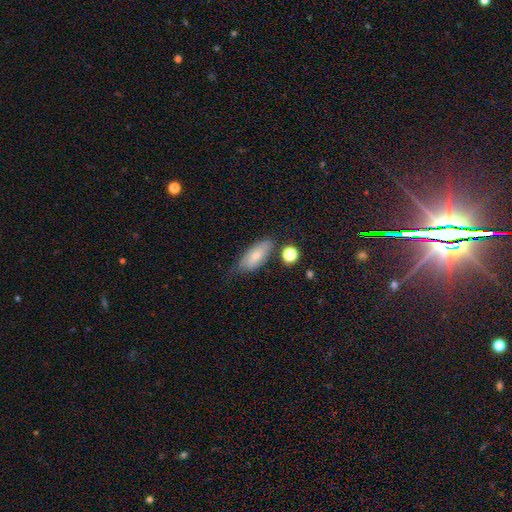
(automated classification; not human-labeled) smooth-or-featured: smooth: 65% | featured or disk: 27% | star or artifact: 8%
  how-rounded: in between: 78% | cigar-shaped: 19% | round: 4%
  merging: none: 57% | minor disturbance: 29% | major disturbance: 9% | merger: 6%